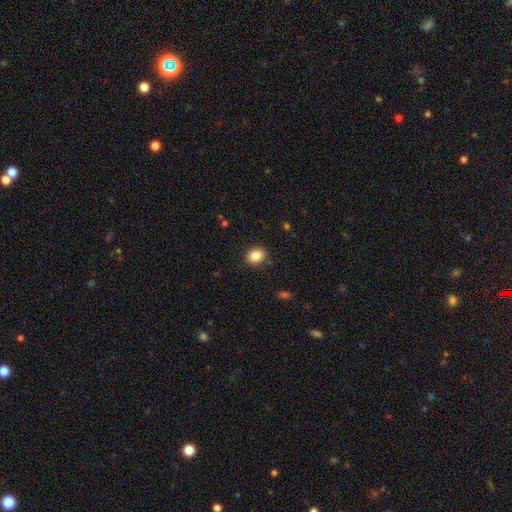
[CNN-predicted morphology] Q: Smooth or featured?
A: smooth (85%); runner-up: star or artifact (9%)
Q: How rounded?
A: in between (55%); runner-up: round (44%)
Q: Merging?
A: none (88%); runner-up: minor disturbance (9%)